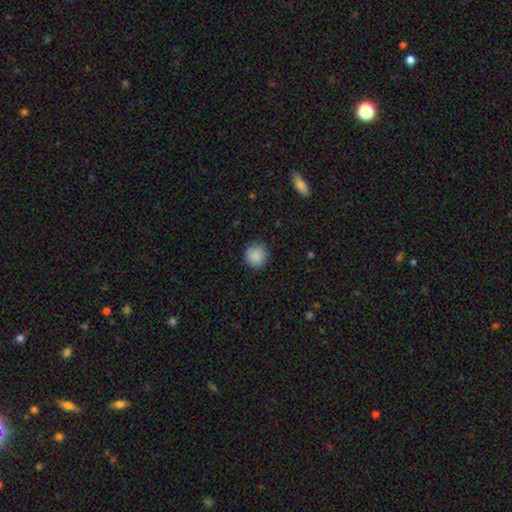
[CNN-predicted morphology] This appears to be a smooth galaxy with no disk features (88%) that is round (92%). Merging: none (89%).